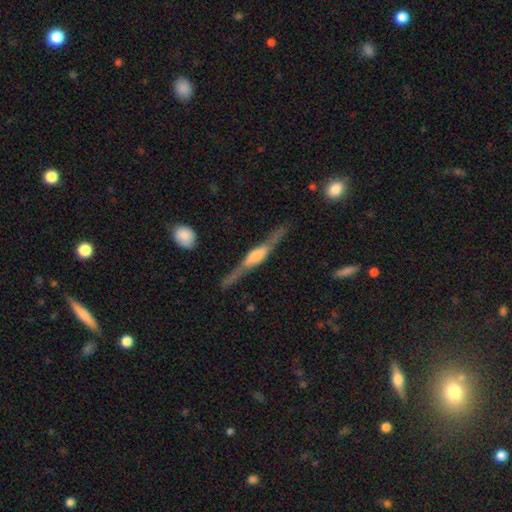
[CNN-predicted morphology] smooth-or-featured: featured or disk: 81% | smooth: 14% | star or artifact: 5%
  disk-edge-on: yes: 96% | no: 4%
    edge-on-bulge: rounded: 53% | boxy: 41% | none: 6%
  merging: none: 83% | minor disturbance: 12% | major disturbance: 4% | merger: 2%